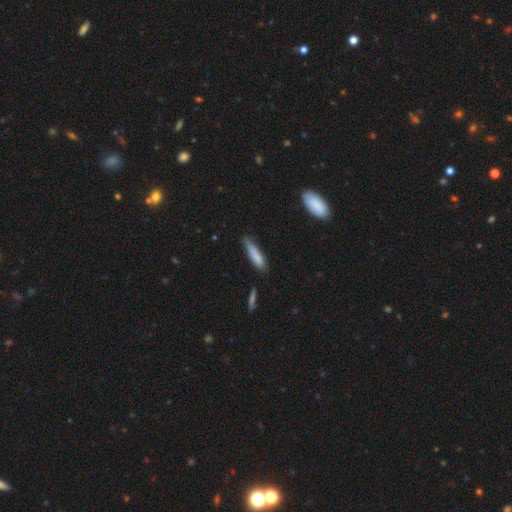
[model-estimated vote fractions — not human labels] Smooth or featured: smooth — 81% (featured or disk — 13%)
How rounded: cigar-shaped — 76% (in between — 22%)
Merging: none — 60% (minor disturbance — 31%)